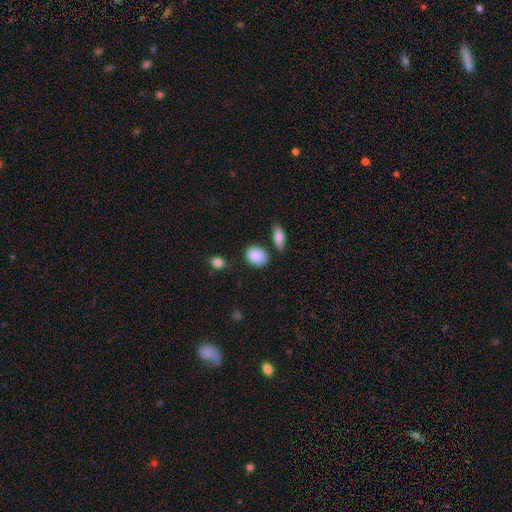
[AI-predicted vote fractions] Q: Smooth or featured?
A: smooth (87%); runner-up: star or artifact (7%)
Q: How rounded?
A: in between (57%); runner-up: round (42%)
Q: Merging?
A: none (67%); runner-up: minor disturbance (23%)